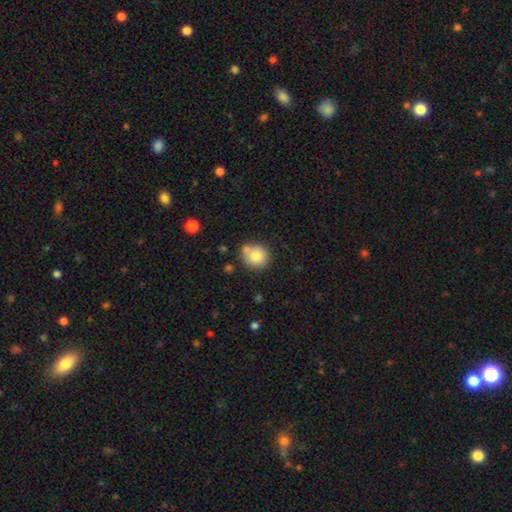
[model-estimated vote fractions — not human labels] This appears to be a smooth galaxy with no disk features (80%) that is round (84%). Merging: none (63%).